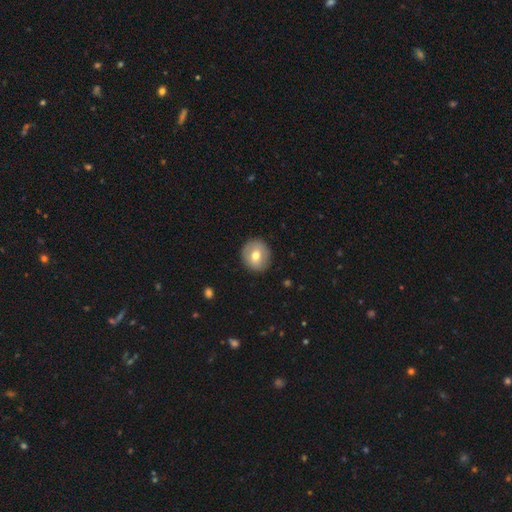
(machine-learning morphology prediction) The model was most divided on "smooth or featured": smooth: 66%, featured or disk: 26%, star or artifact: 7%. More confident: merging — none (88%); how rounded — round (87%).